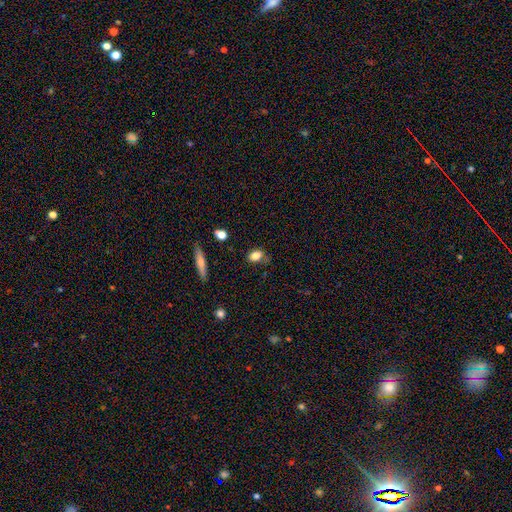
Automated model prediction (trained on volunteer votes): Morphology: type=smooth (83%); roundness=in between (76%); merging=none (64%).